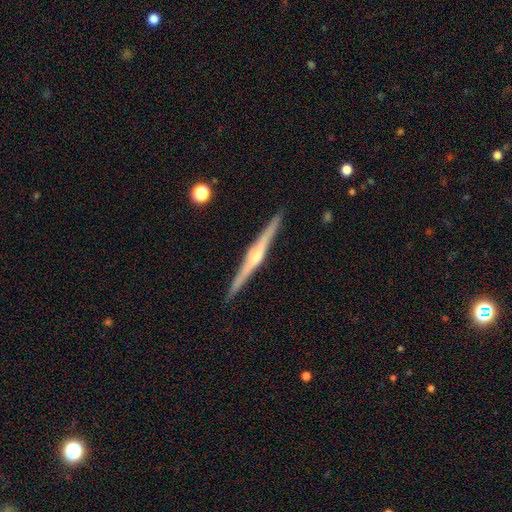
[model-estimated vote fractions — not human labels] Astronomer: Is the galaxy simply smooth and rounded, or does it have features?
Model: featured or disk — 84%.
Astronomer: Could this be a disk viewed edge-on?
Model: yes — 99%.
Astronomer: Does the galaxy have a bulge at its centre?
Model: rounded — 83%.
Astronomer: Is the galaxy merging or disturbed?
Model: none — 93%.